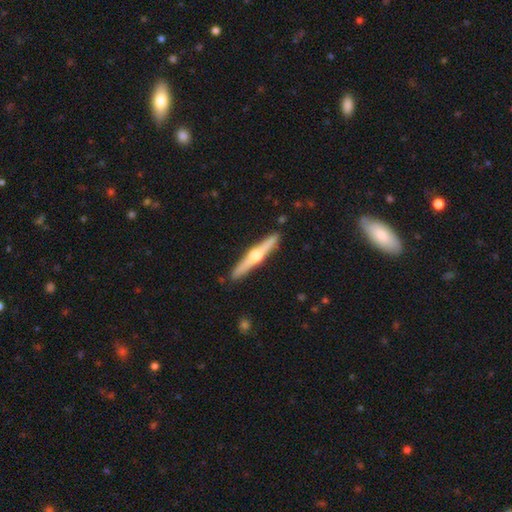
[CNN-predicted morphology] This is likely a featured or disk galaxy (75%). It is clearly viewed edge-on (98%). Edge-on bulge: clearly rounded (95%). Merging: clearly none (91%).